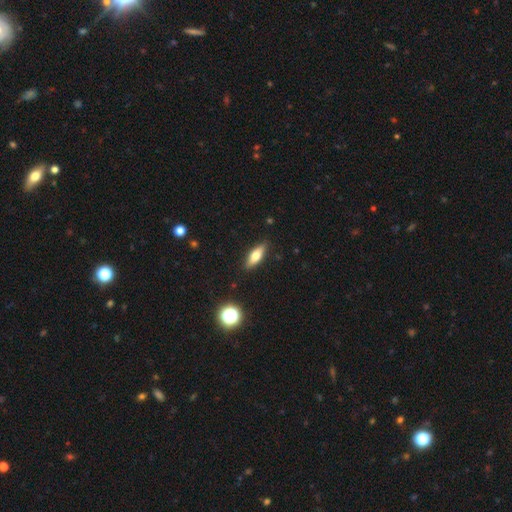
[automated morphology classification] Smooth or featured: smooth — 67% (featured or disk — 25%)
How rounded: in between — 62% (cigar-shaped — 35%)
Merging: none — 87% (minor disturbance — 9%)